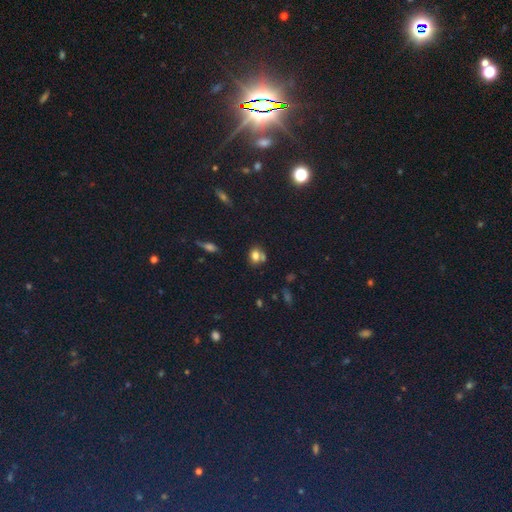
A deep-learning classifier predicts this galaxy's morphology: A smooth galaxy with no disk features (72%) that is round (52%).

Vote fractions:
- Smooth or featured? smooth: 72% / star or artifact: 15% / featured or disk: 12%
- How rounded? round: 52% / in between: 46% / cigar-shaped: 2%
- Merging? none: 53% / merger: 29% / minor disturbance: 14% / major disturbance: 4%